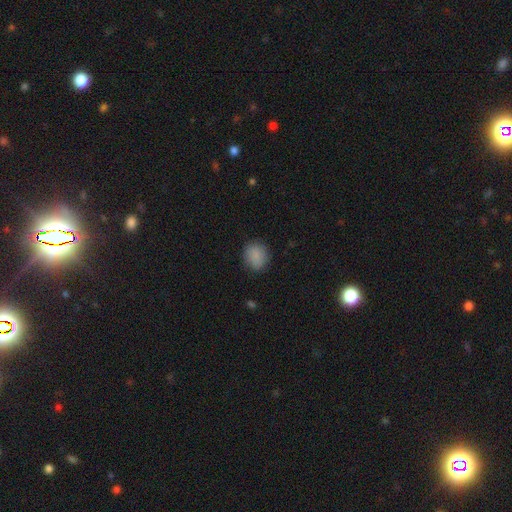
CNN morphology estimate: This appears to be a smooth galaxy with no disk features (86%) that is round (69%). Merging: none (81%).